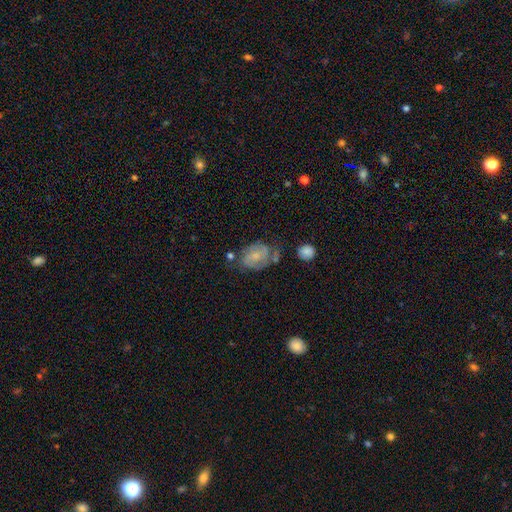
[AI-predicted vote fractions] A featured or disk galaxy (59%) with no bar (65%), spiral arms (82%) and a small central bulge (53%). Merging: none (47%).